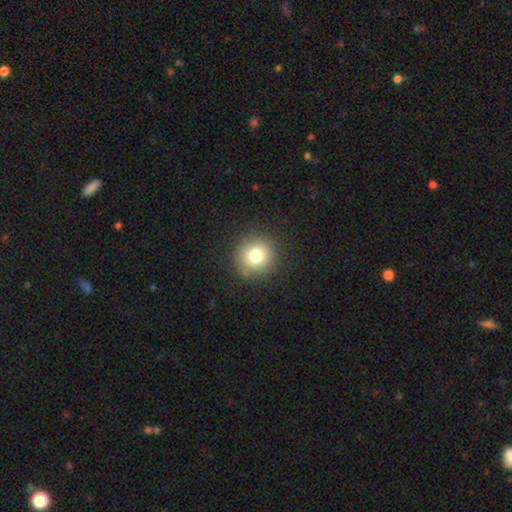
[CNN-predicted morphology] A smooth galaxy with no disk features (78%) that is round (90%).

Vote fractions:
- Smooth or featured? smooth: 78% / star or artifact: 12% / featured or disk: 10%
- How rounded? round: 90% / in between: 9% / cigar-shaped: 1%
- Merging? none: 88% / minor disturbance: 8% / major disturbance: 3% / merger: 1%